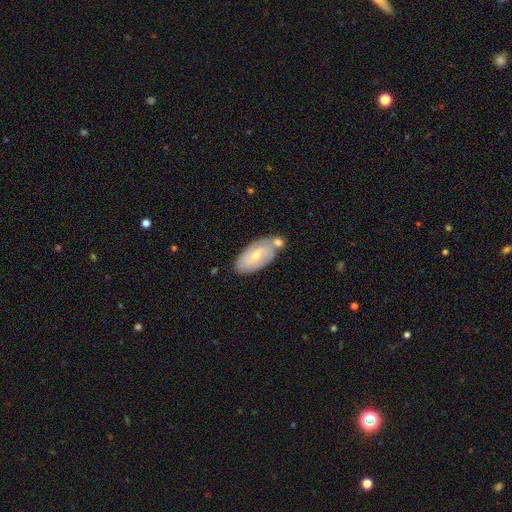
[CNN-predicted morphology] smooth-or-featured: featured or disk: 53% | smooth: 41% | star or artifact: 6%
  disk-edge-on: no: 91% | yes: 9%
  merging: none: 56% | merger: 21% | minor disturbance: 18% | major disturbance: 4%